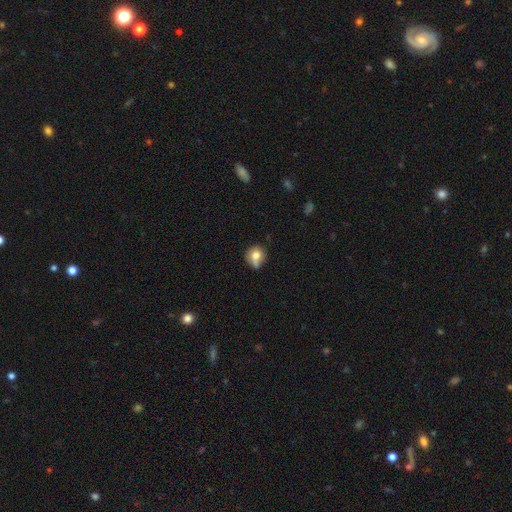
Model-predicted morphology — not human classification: This is likely a smooth galaxy (73%). How rounded: likely round (78%). Merging: possibly none (48%).